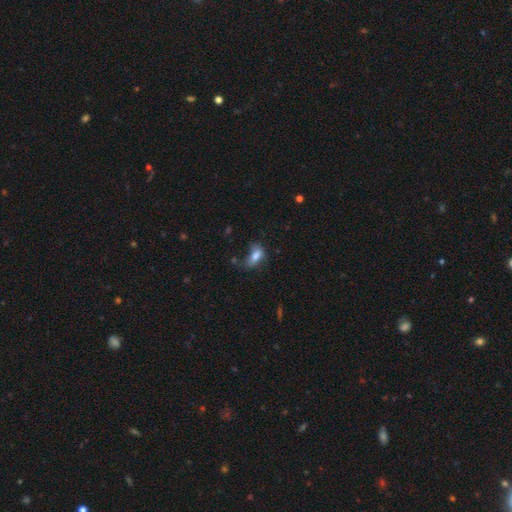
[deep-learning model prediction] The model was most divided on "merging": none: 33%, minor disturbance: 32%, major disturbance: 28%, merger: 6%. More confident: how rounded — in between (86%); smooth or featured — smooth (76%).